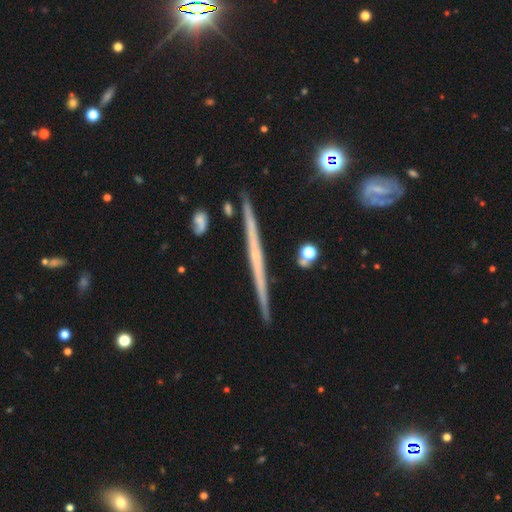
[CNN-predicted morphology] Q: Smooth or featured?
A: featured or disk (70%); runner-up: smooth (23%)
Q: Edge-on disk?
A: yes (98%); runner-up: no (2%)
Q: Edge-on bulge?
A: none (82%); runner-up: rounded (13%)
Q: Merging?
A: none (90%); runner-up: minor disturbance (7%)